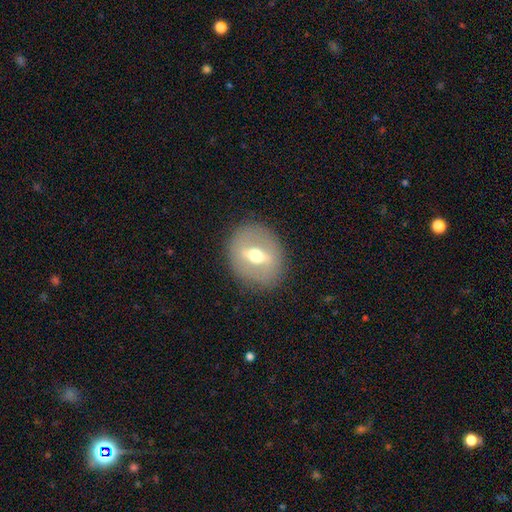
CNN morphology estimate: A featured or disk galaxy (60%).

Vote fractions:
- Smooth or featured? featured or disk: 60% / smooth: 33% / star or artifact: 8%
- Edge-on disk? no: 81% / yes: 19%
- Merging? none: 85% / minor disturbance: 9% / major disturbance: 5% / merger: 1%